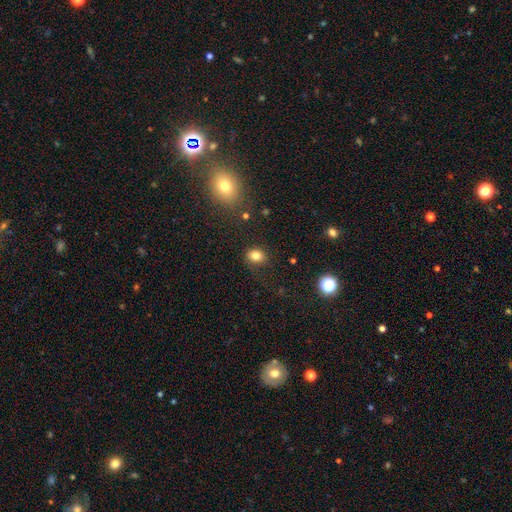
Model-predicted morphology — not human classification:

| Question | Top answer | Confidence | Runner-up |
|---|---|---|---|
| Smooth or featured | smooth | 81% | star or artifact (12%) |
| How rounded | in between | 51% | round (48%) |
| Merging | none | 81% | minor disturbance (12%) |